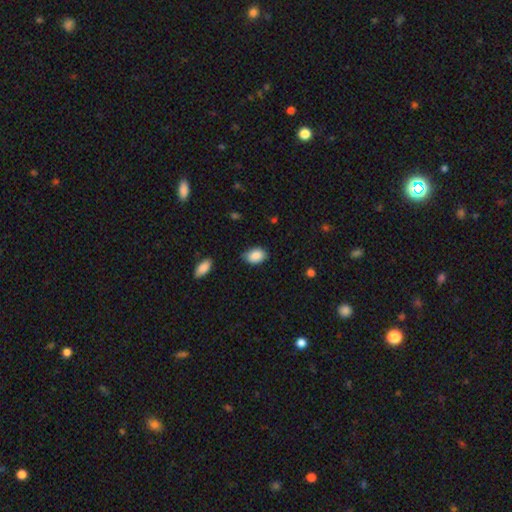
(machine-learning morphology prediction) A smooth galaxy with no disk features (88%) that is in between round and cigar-shaped (84%). Merging: none (71%).